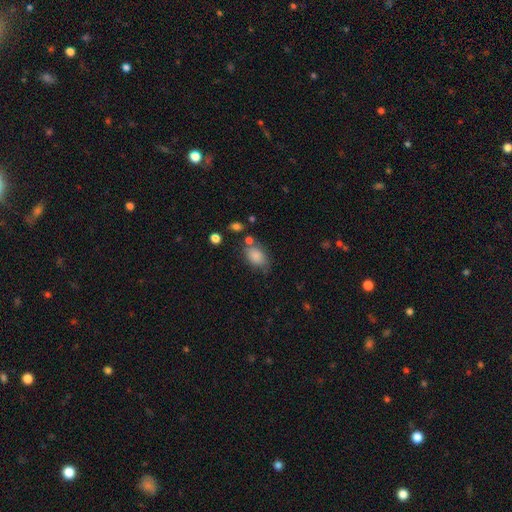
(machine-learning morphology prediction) Smooth or featured? smooth (83%)
How rounded? in between (84%)
Merging? none (59%)